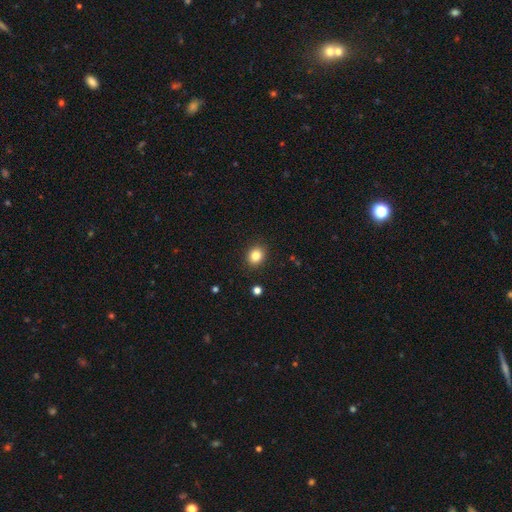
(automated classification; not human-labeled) This appears to be a smooth galaxy with no disk features (83%) that is round (70%). Merging: none (90%).